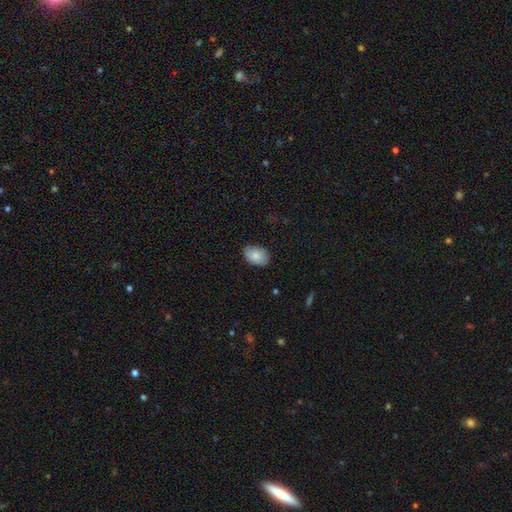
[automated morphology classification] The model was most divided on "merging": none: 82%, minor disturbance: 15%, major disturbance: 3%, merger: 1%. More confident: smooth or featured — smooth (85%); how rounded — in between (84%).